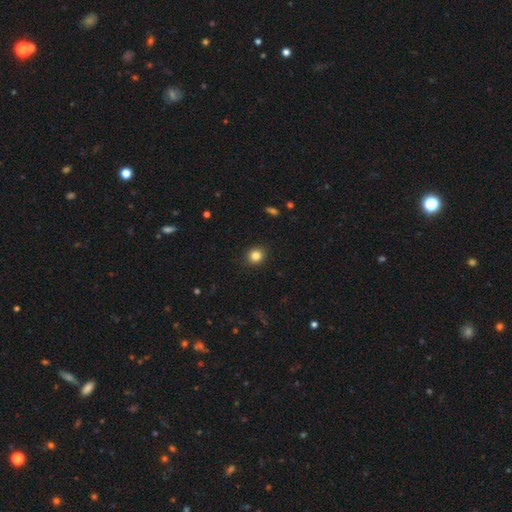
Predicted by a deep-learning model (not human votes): Smooth or featured? smooth (84%)
How rounded? round (85%)
Merging? none (90%)